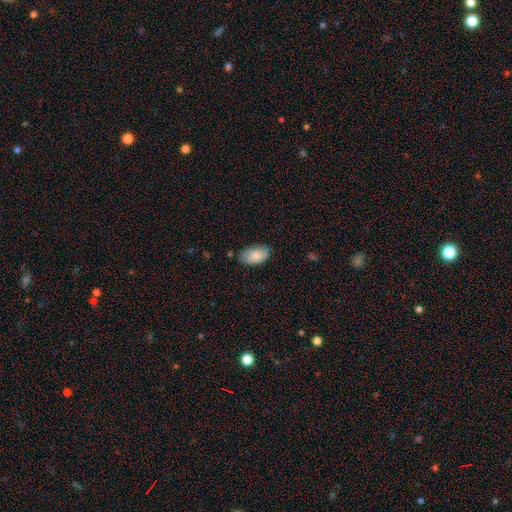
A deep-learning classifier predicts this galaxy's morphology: A smooth galaxy with no disk features (85%) that is in between round and cigar-shaped (95%).

Vote fractions:
- Smooth or featured? smooth: 85% / featured or disk: 9% / star or artifact: 6%
- How rounded? in between: 95% / round: 4% / cigar-shaped: 2%
- Merging? none: 74% / minor disturbance: 21% / major disturbance: 3% / merger: 2%